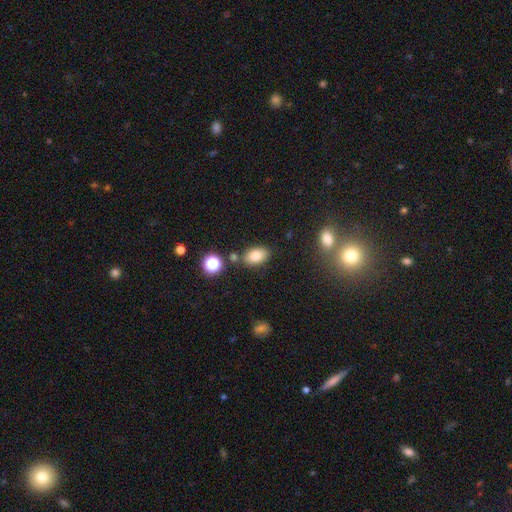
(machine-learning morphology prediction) This is clearly a smooth galaxy (81%). How rounded: clearly in between (87%). Merging: likely none (77%).